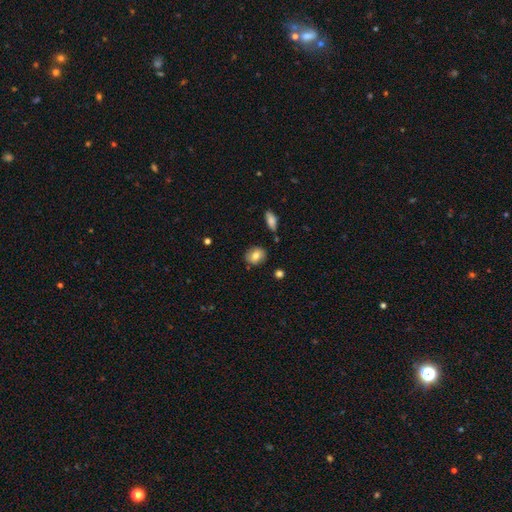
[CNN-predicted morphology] Overall: smooth (74%). How rounded: round (52%; in between 46%). Merging: none (83%).